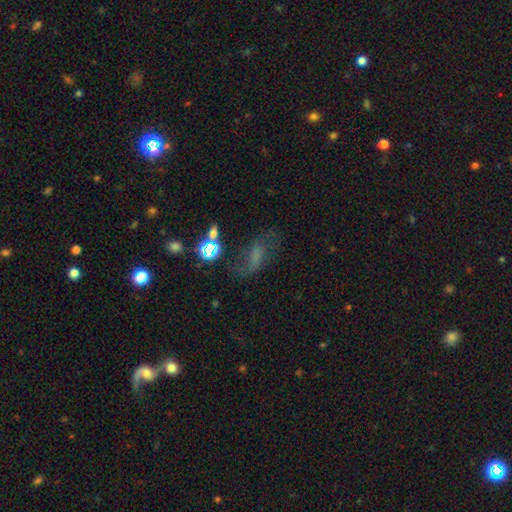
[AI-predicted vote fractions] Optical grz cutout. It shows a featured or disk galaxy (47%). Merging: none (58%).